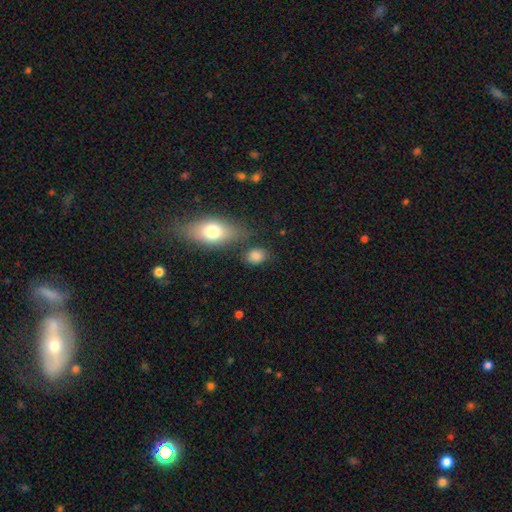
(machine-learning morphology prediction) The model was most divided on "how rounded": in between: 63%, round: 34%, cigar-shaped: 2%. More confident: smooth or featured — smooth (83%); merging — none (71%).